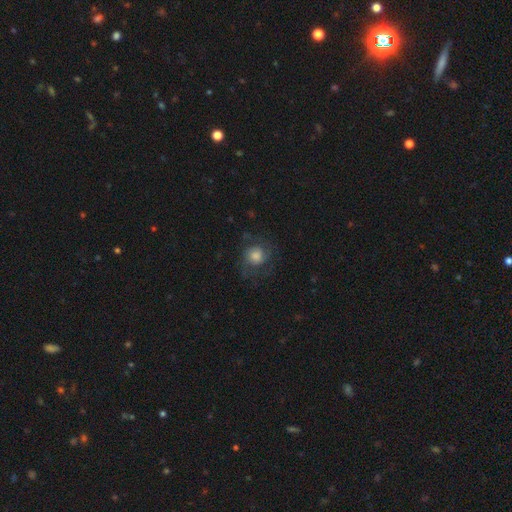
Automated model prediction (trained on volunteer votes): Overall: smooth (48%; featured or disk 40%). Merging: none (66%).